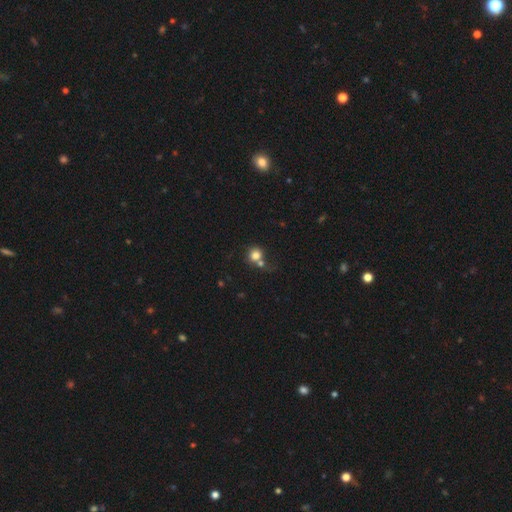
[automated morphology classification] Overall: smooth (78%). How rounded: round (86%). Merging: none (43%; merger 39%).